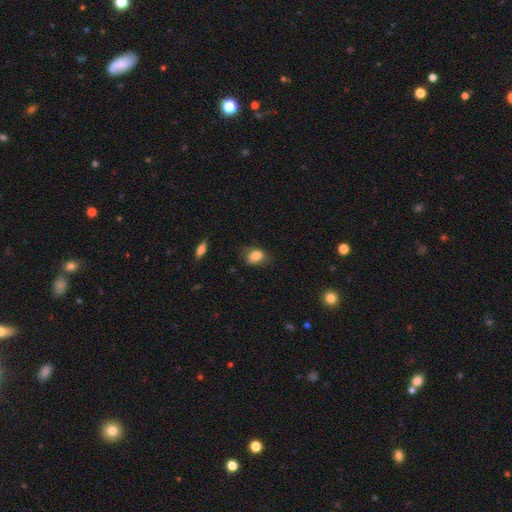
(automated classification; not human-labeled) Smooth or featured? smooth (82%)
How rounded? in between (70%)
Merging? none (59%)